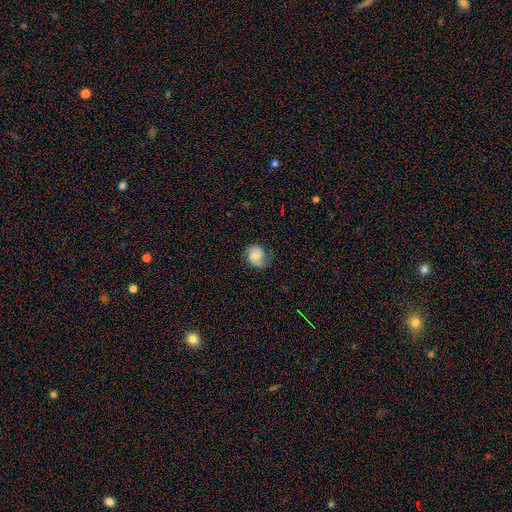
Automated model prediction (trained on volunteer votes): This appears to be a smooth galaxy with no disk features (51%) that is round (69%). Merging: none (66%).